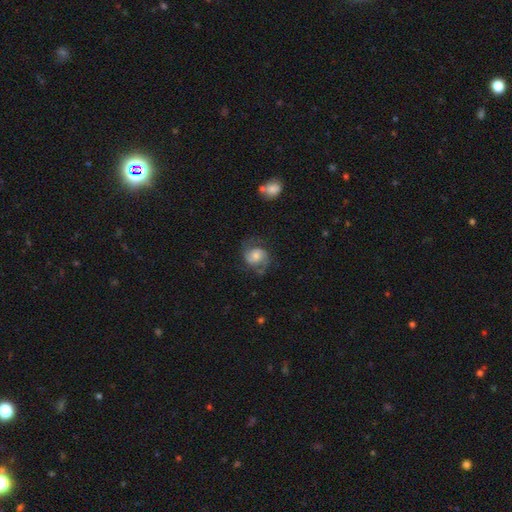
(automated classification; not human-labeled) This is likely a featured or disk galaxy (68%). It is clearly not viewed edge-on (98%). Bar: likely no (61%). Spiral arm pattern: clearly yes (92%). Spiral arm count: clearly 2 (87%). Spiral winding: possibly medium (50%). Central bulge: possibly moderate (47%). Merging: likely none (64%).